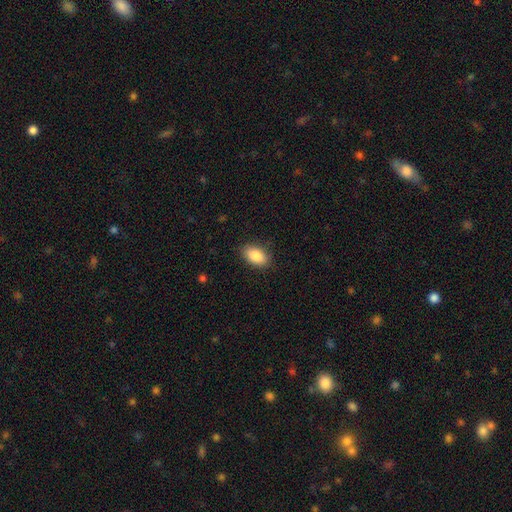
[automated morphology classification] Q: Smooth or featured?
A: smooth (87%); runner-up: star or artifact (7%)
Q: How rounded?
A: in between (92%); runner-up: round (6%)
Q: Merging?
A: none (86%); runner-up: minor disturbance (11%)